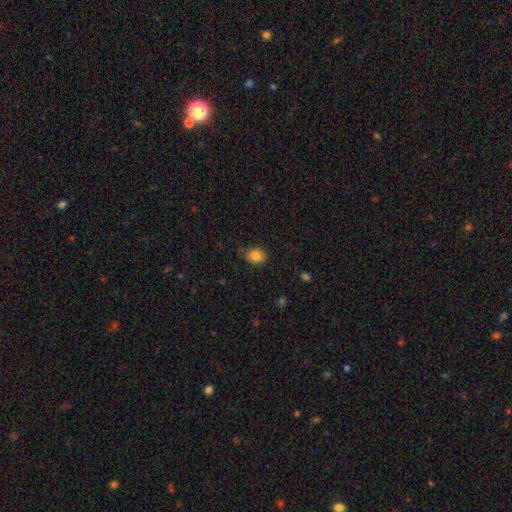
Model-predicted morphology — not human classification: Smooth or featured: smooth — 83% (star or artifact — 10%)
How rounded: round — 58% (in between — 41%)
Merging: none — 80% (minor disturbance — 16%)